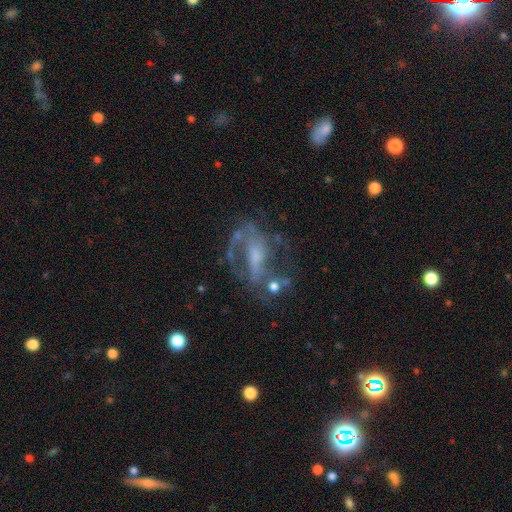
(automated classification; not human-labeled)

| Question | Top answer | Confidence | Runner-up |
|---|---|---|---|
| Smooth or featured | featured or disk | 74% | smooth (14%) |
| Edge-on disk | no | 92% | yes (8%) |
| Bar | weak | 36% | no (34%) |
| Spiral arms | yes | 68% | no (32%) |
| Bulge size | small | 39% | moderate (33%) |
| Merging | none | 46% | major disturbance (27%) |